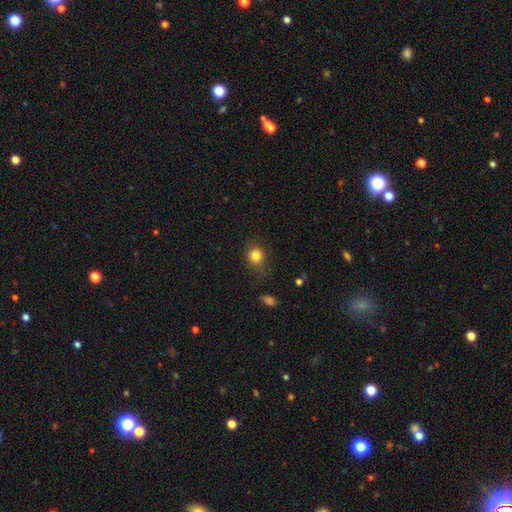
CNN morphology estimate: Smooth or featured? Predicted: smooth (p=0.82). How rounded? Predicted: round (p=0.83). Merging? Predicted: none (p=0.79).